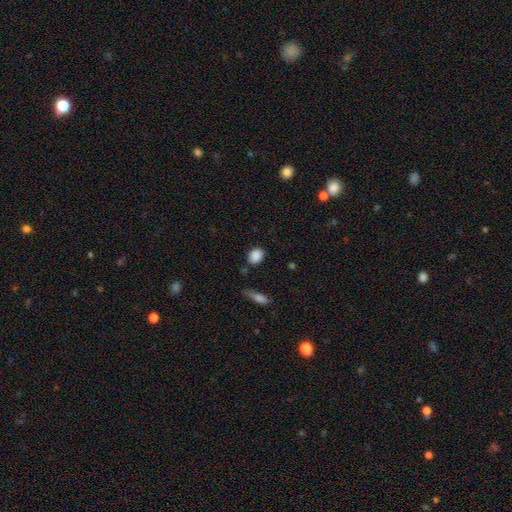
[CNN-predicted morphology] A smooth galaxy with no disk features (87%) that is in between round and cigar-shaped (62%).

Vote fractions:
- Smooth or featured? smooth: 87% / star or artifact: 8% / featured or disk: 4%
- How rounded? in between: 62% / round: 36% / cigar-shaped: 2%
- Merging? none: 77% / minor disturbance: 16% / merger: 4% / major disturbance: 4%